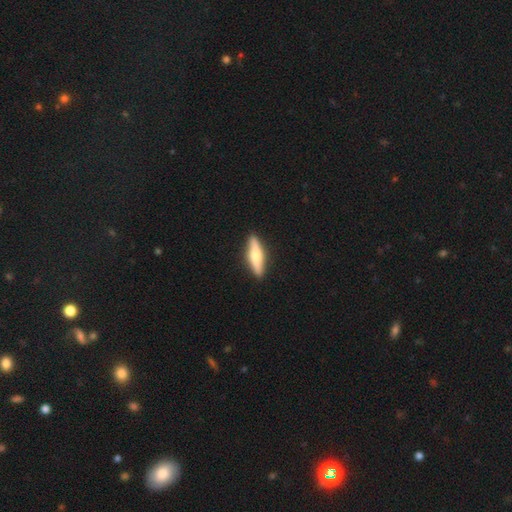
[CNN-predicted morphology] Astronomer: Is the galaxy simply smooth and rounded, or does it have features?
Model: smooth — 51% (runner-up: featured or disk, 44%).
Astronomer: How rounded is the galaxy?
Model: cigar-shaped — 77%.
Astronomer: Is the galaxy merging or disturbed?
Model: none — 90%.